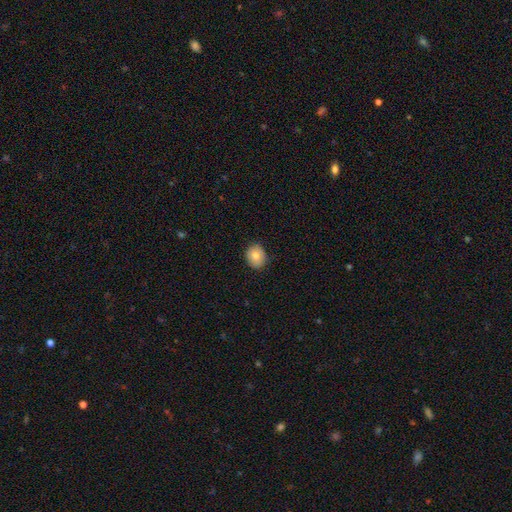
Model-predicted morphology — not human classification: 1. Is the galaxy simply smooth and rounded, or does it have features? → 81% smooth, 11% featured or disk, 9% star or artifact.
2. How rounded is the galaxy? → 66% round, 33% in between, 1% cigar-shaped.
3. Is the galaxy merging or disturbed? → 85% none, 12% minor disturbance, 2% major disturbance, 1% merger.